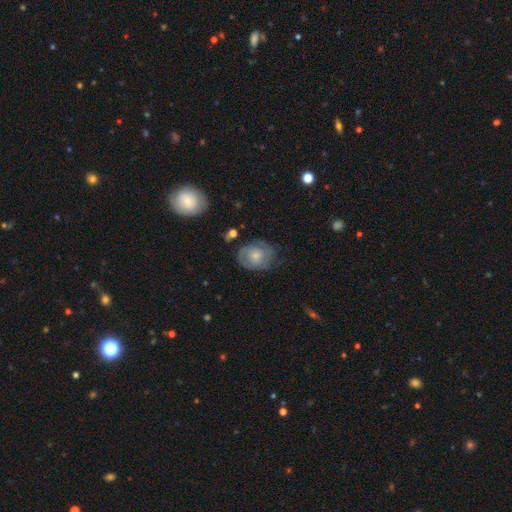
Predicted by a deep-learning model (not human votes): Smooth or featured? Predicted: featured or disk (p=0.52). Edge-on disk? Predicted: no (p=0.97). Bar? Predicted: no (p=0.80). Spiral arms? Predicted: yes (p=0.71). Bulge size? Predicted: moderate (p=0.42). Merging? Predicted: none (p=0.65).